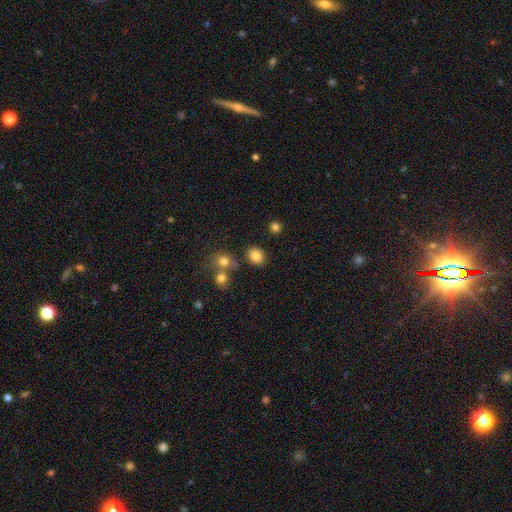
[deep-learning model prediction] smooth-or-featured: smooth: 83% | star or artifact: 11% | featured or disk: 5%
  how-rounded: round: 56% | in between: 43% | cigar-shaped: 1%
  merging: none: 79% | minor disturbance: 10% | merger: 7% | major disturbance: 3%